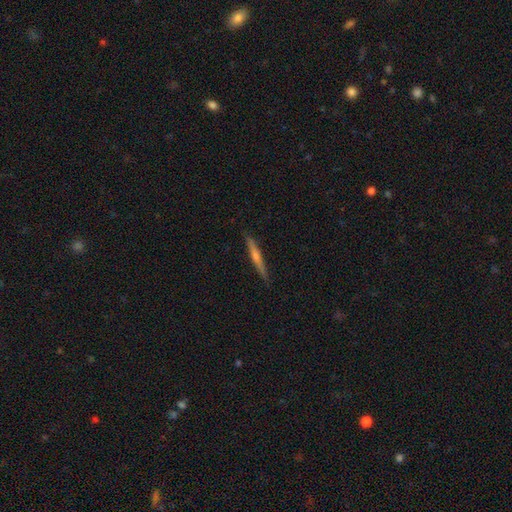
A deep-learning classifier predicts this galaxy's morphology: Smooth or featured: featured or disk — 69% (smooth — 24%)
Edge-on disk: yes — 97% (no — 3%)
Edge-on bulge: rounded — 76% (none — 17%)
Merging: none — 90% (minor disturbance — 7%)